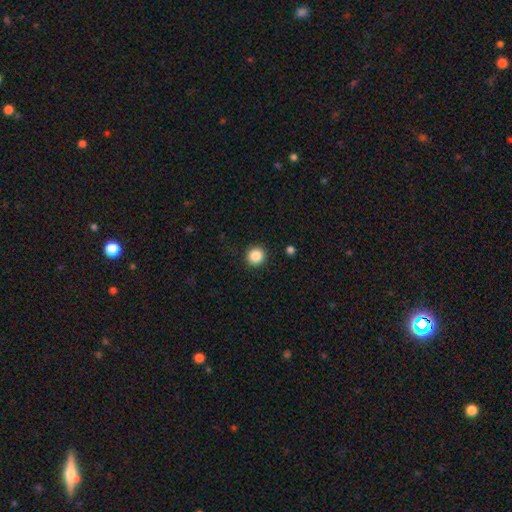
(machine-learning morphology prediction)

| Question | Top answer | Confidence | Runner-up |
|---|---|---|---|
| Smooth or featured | smooth | 87% | star or artifact (10%) |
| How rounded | round | 94% | in between (5%) |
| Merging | none | 92% | minor disturbance (5%) |